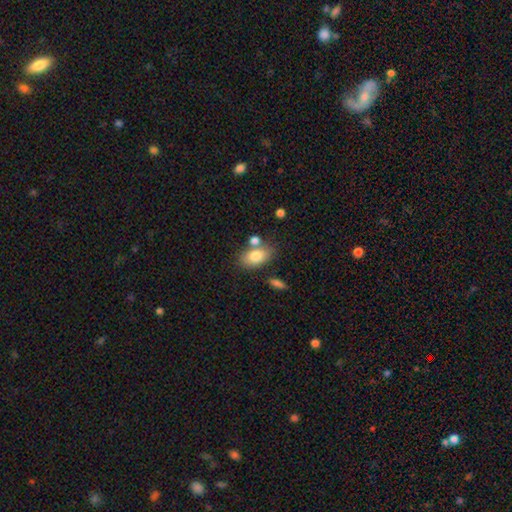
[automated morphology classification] smooth-or-featured: smooth: 80% | featured or disk: 12% | star or artifact: 8%
  how-rounded: in between: 88% | round: 10% | cigar-shaped: 2%
  merging: none: 61% | merger: 20% | minor disturbance: 15% | major disturbance: 5%